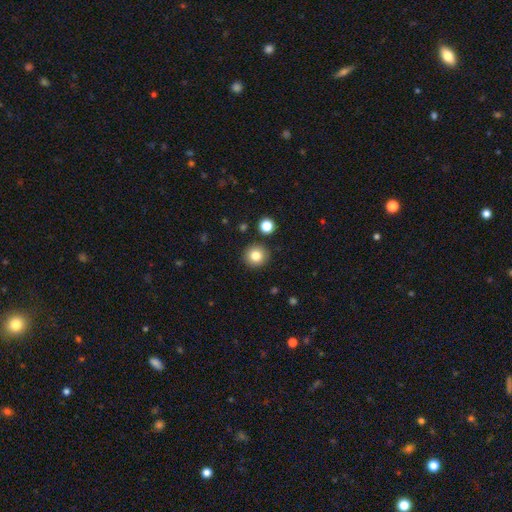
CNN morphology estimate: Smooth or featured? smooth (83%)
How rounded? round (94%)
Merging? none (90%)